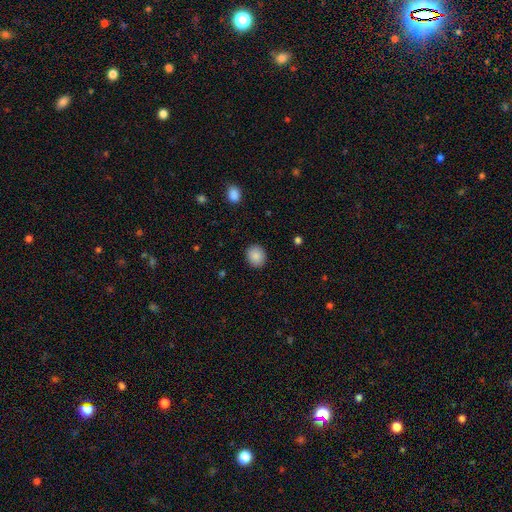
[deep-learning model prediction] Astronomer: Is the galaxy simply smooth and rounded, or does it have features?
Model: smooth — 88%.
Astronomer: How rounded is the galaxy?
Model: round — 73%.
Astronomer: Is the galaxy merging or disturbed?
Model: none — 89%.